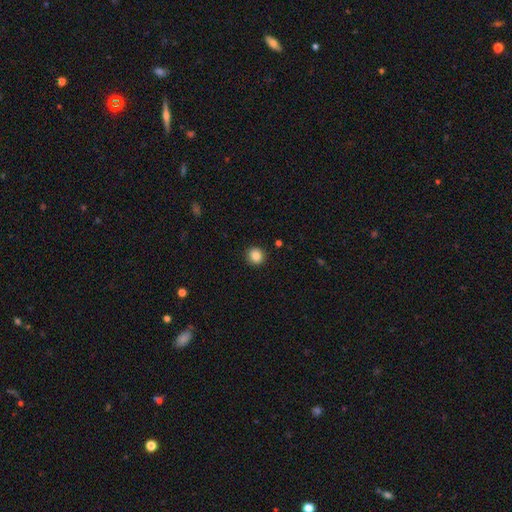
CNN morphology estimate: The model was most divided on "smooth or featured": smooth: 86%, star or artifact: 10%, featured or disk: 4%. More confident: how rounded — round (92%); merging — none (92%).